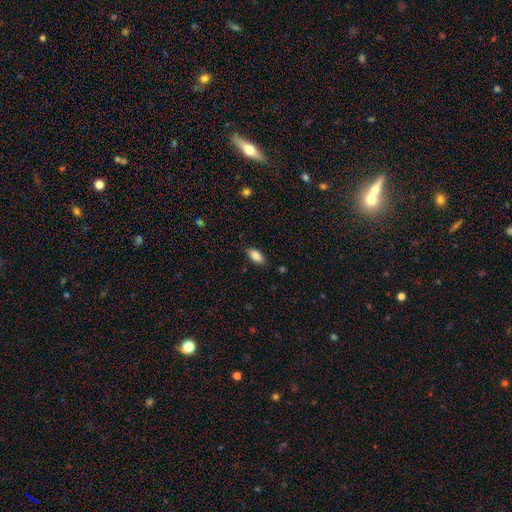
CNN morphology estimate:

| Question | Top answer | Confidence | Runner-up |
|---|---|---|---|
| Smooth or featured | smooth | 86% | star or artifact (7%) |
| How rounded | in between | 90% | cigar-shaped (7%) |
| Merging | none | 84% | minor disturbance (12%) |